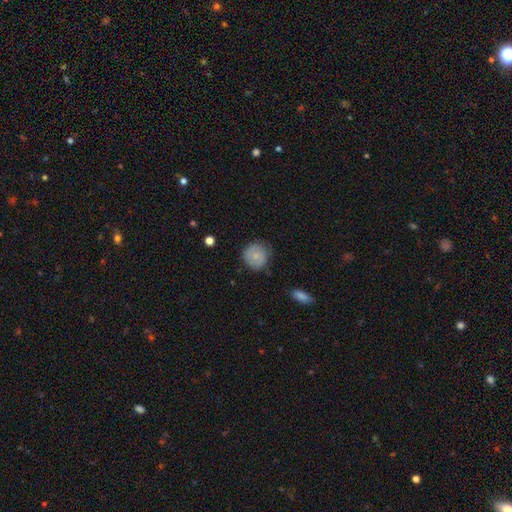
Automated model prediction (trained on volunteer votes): This appears to be a smooth galaxy with no disk features (75%) that is round (91%). Merging: none (78%).